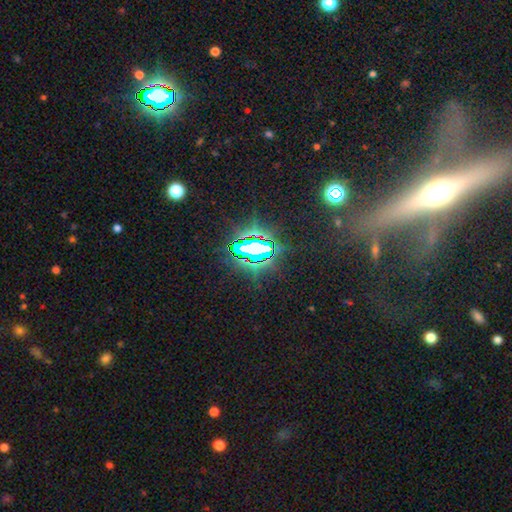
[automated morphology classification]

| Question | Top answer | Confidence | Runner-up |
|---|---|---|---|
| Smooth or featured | star or artifact | 66% | featured or disk (18%) |